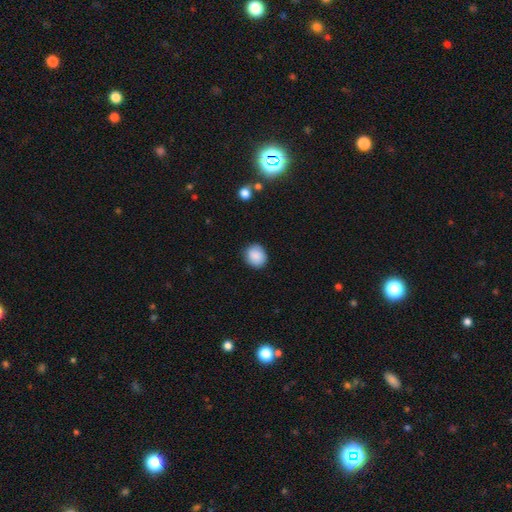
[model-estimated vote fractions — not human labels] This is clearly a smooth galaxy (87%). How rounded: likely round (74%). Merging: clearly none (87%).